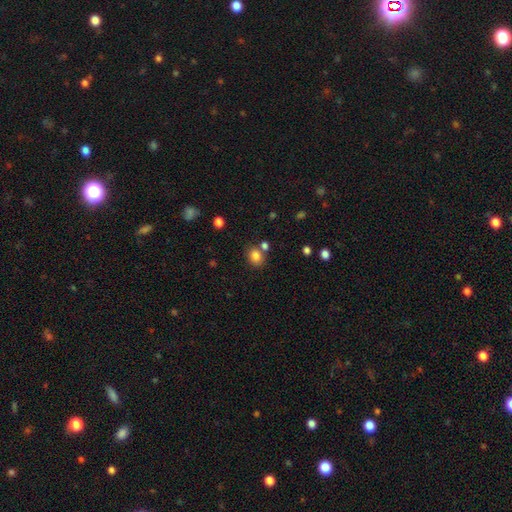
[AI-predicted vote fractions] Morphology: type=smooth (82%); roundness=in between (51%); merging=none (68%).